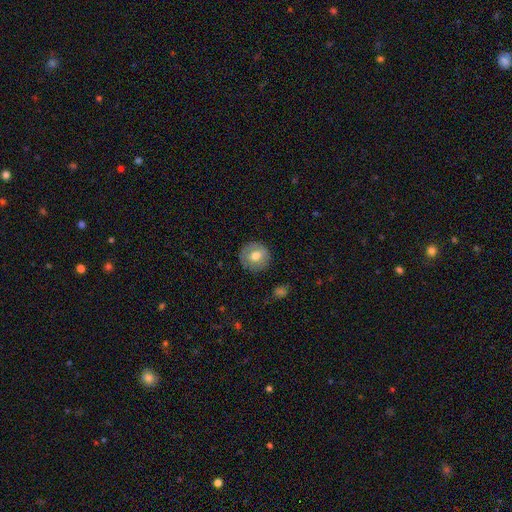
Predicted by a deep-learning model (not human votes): A smooth galaxy with no disk features (62%) that is round (91%).

Vote fractions:
- Smooth or featured? smooth: 62% / featured or disk: 31% / star or artifact: 7%
- How rounded? round: 91% / in between: 8% / cigar-shaped: 1%
- Merging? none: 84% / minor disturbance: 12% / major disturbance: 3% / merger: 1%